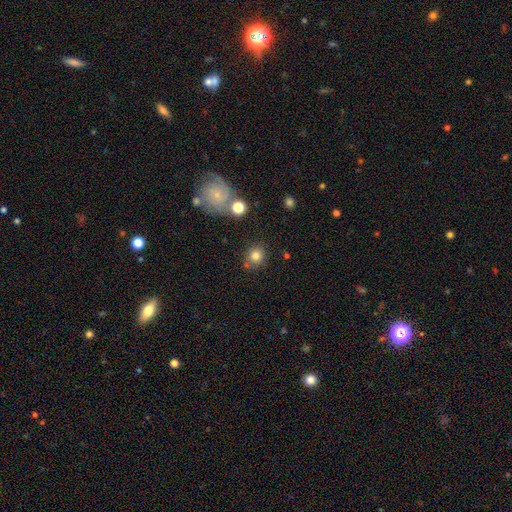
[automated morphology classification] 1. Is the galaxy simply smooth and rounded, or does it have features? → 79% smooth, 12% star or artifact, 9% featured or disk.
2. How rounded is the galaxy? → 83% round, 16% in between, 1% cigar-shaped.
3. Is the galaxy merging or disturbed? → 75% none, 12% minor disturbance, 9% merger, 4% major disturbance.